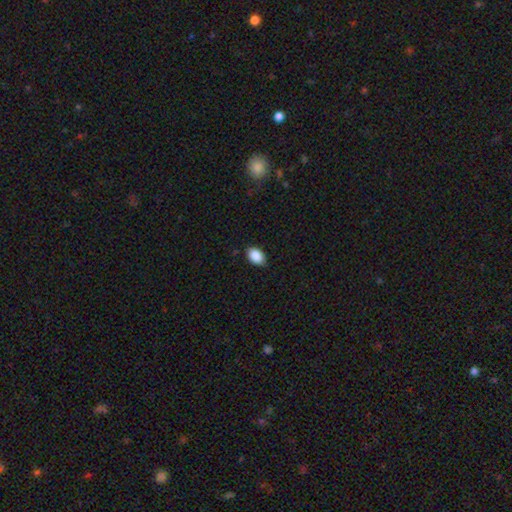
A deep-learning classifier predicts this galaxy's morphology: Smooth or featured: smooth — 89% (star or artifact — 7%)
How rounded: in between — 86% (round — 13%)
Merging: none — 84% (minor disturbance — 13%)